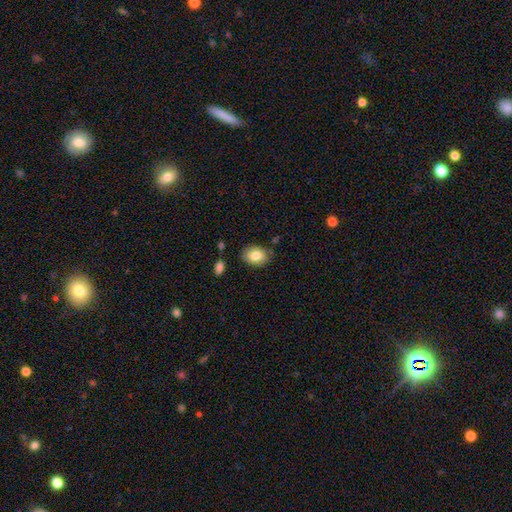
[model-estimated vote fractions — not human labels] Smooth or featured? Predicted: smooth (p=0.82). How rounded? Predicted: in between (p=0.73). Merging? Predicted: none (p=0.82).